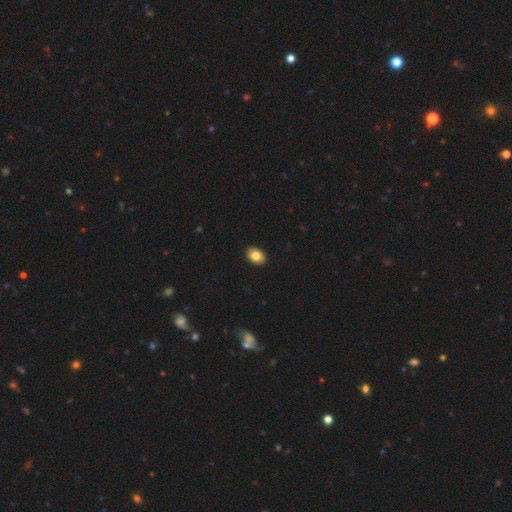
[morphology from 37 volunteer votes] This appears to be a smooth galaxy with no disk features (81%) that is in between round and cigar-shaped (87%). Merging: none (86%).